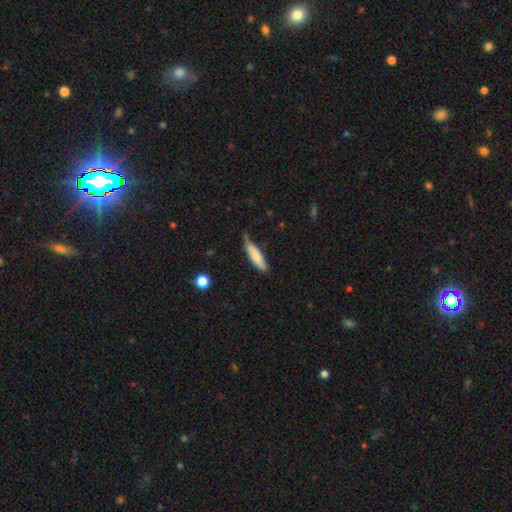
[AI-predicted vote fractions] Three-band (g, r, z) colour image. It shows a smooth galaxy with no disk features (81%) that is cigar-shaped (68%). Merging: none (54%).